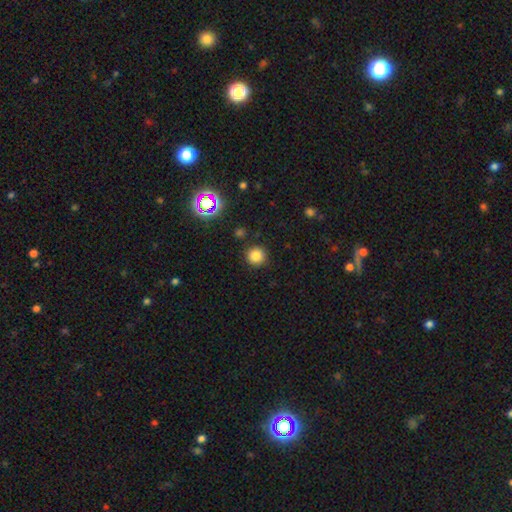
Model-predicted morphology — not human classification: Smooth or featured? smooth (80%)
How rounded? round (94%)
Merging? none (90%)